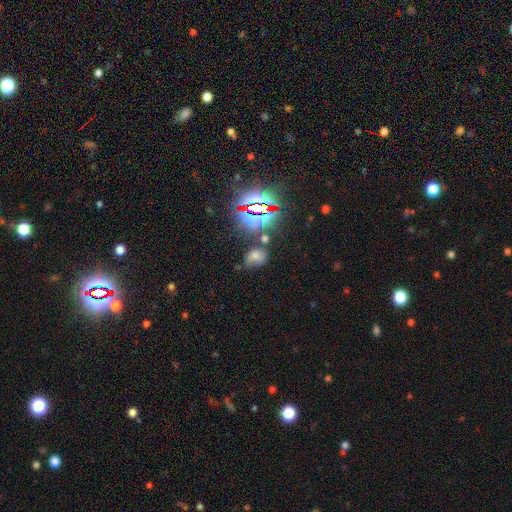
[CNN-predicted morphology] Overall: smooth (53%; star or artifact 33%). How rounded: in between (63%; round 35%). Merging: none (51%; minor disturbance 29%).